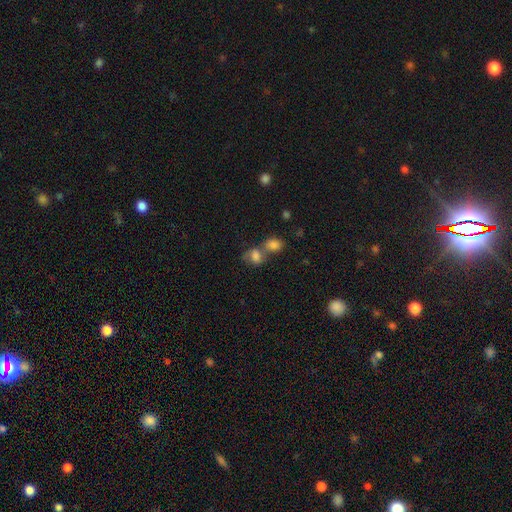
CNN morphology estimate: smooth_or_featured: smooth (p=0.74) [alt: featured or disk p=0.14]
how_rounded: in between (p=0.62) [alt: round p=0.36]
merging: merger (p=0.55) [alt: none p=0.27]